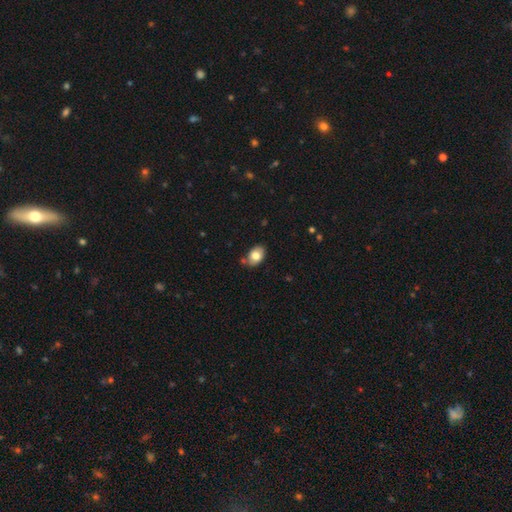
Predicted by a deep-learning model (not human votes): Smooth or featured?
  - smooth: 79% *
  - featured or disk: 14%
  - star or artifact: 8%
How rounded?
  - in between: 83% *
  - round: 15%
  - cigar-shaped: 1%
Merging?
  - none: 74% *
  - minor disturbance: 17%
  - merger: 5%
  - major disturbance: 3%